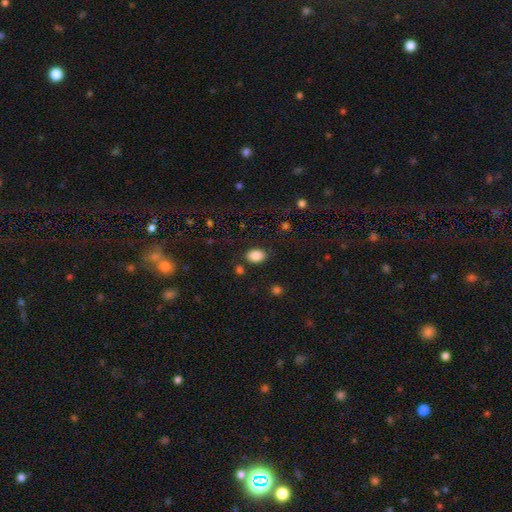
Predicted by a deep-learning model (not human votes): Smooth or featured?
  - smooth: 86% *
  - star or artifact: 9%
  - featured or disk: 5%
How rounded?
  - in between: 83% *
  - round: 16%
  - cigar-shaped: 1%
Merging?
  - none: 82% *
  - minor disturbance: 11%
  - major disturbance: 3%
  - merger: 3%